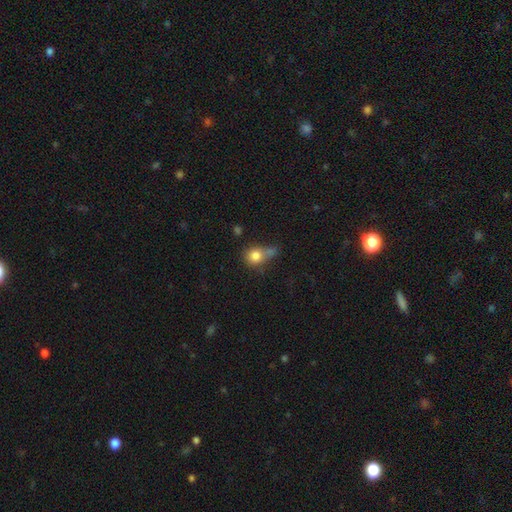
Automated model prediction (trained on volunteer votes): Q: Smooth or featured?
A: smooth (79%); runner-up: featured or disk (10%)
Q: How rounded?
A: round (75%); runner-up: in between (24%)
Q: Merging?
A: none (41%); runner-up: merger (24%)